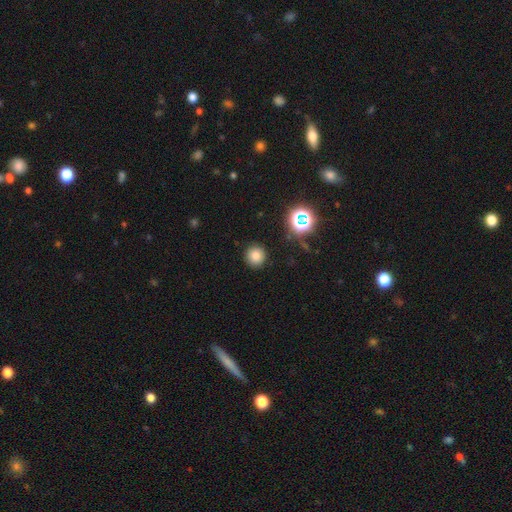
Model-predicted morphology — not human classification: Smooth or featured? Predicted: smooth (p=0.78). How rounded? Predicted: round (p=0.93). Merging? Predicted: none (p=0.90).